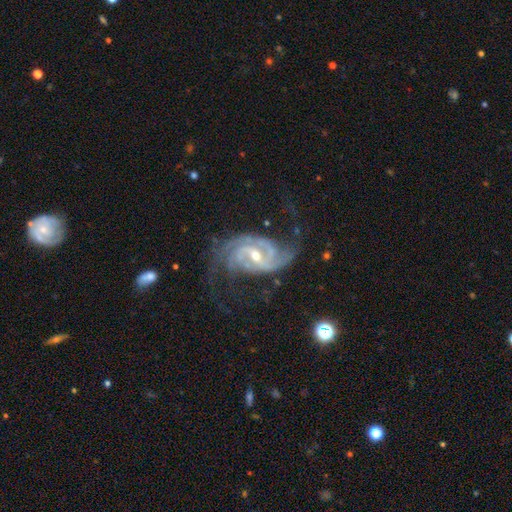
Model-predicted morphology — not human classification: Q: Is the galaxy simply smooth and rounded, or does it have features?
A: featured or disk — 92%.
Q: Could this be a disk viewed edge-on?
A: no — 97%.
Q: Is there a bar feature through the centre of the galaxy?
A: weak — 45%.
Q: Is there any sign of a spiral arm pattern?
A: yes — 98%.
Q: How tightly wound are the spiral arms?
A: medium — 48%.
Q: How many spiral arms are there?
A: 2 — 57%.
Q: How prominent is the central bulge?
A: small — 52%.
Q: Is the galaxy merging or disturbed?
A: none — 58%.